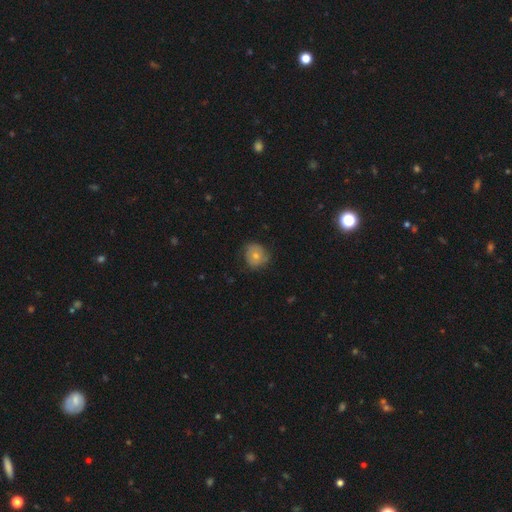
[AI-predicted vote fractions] Smooth or featured? Predicted: smooth (p=0.68). How rounded? Predicted: round (p=0.83). Merging? Predicted: none (p=0.70).